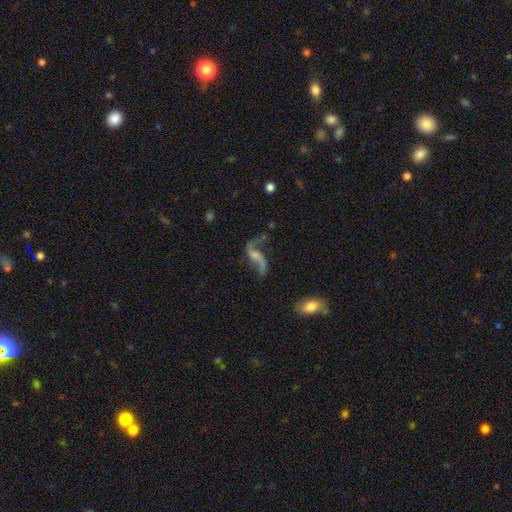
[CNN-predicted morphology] Q: Smooth or featured?
A: featured or disk (84%); runner-up: smooth (8%)
Q: Edge-on disk?
A: no (95%); runner-up: yes (5%)
Q: Bar?
A: no (48%); runner-up: weak (36%)
Q: Spiral arms?
A: yes (93%); runner-up: no (7%)
Q: Spiral winding?
A: loose (92%); runner-up: medium (6%)
Q: Spiral arm count?
A: 2 (91%); runner-up: 1 (5%)
Q: Bulge size?
A: small (45%); runner-up: none (30%)
Q: Merging?
A: none (58%); runner-up: major disturbance (19%)